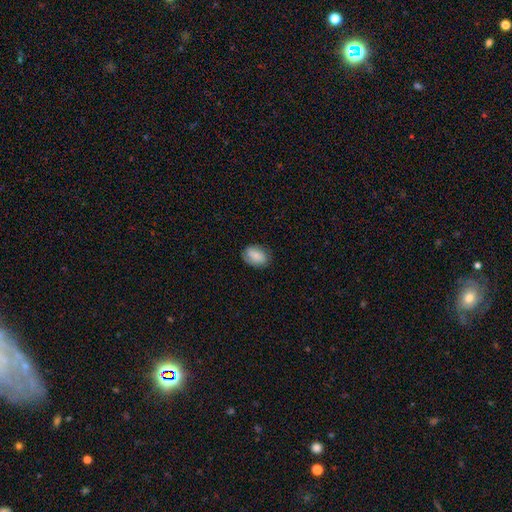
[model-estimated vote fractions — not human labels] Morphology: type=smooth (79%); roundness=in between (80%); merging=none (75%).